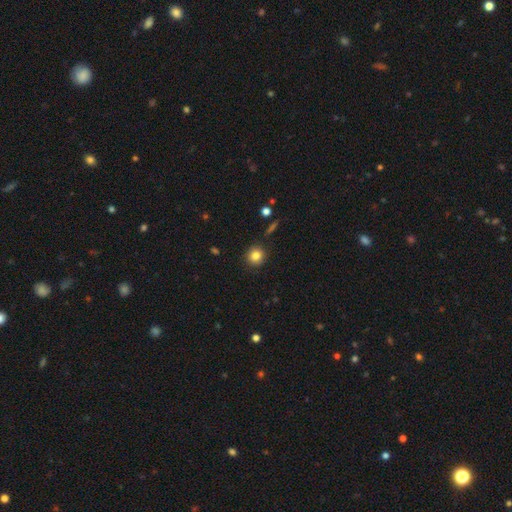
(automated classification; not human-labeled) Morphology: type=smooth (82%); roundness=round (91%); merging=none (89%).